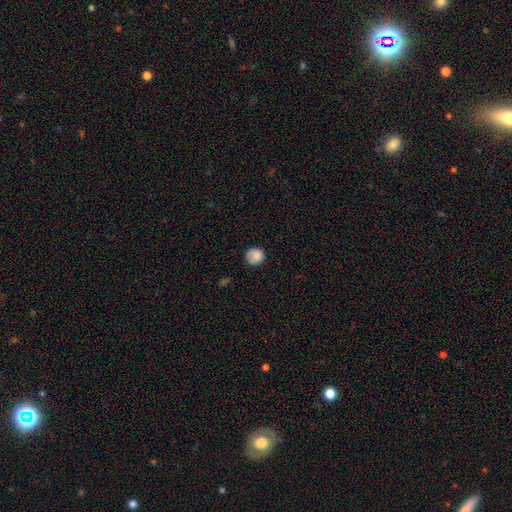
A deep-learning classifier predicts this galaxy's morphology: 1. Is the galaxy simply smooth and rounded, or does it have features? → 84% smooth, 9% star or artifact, 7% featured or disk.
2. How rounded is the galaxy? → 87% round, 12% in between, 1% cigar-shaped.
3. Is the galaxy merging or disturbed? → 74% none, 20% minor disturbance, 5% major disturbance, 1% merger.